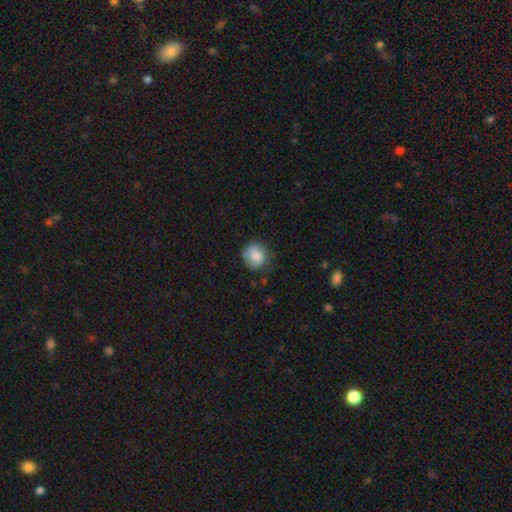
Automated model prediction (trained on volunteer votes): This is likely a smooth galaxy (74%). How rounded: clearly round (80%). Merging: likely none (66%).